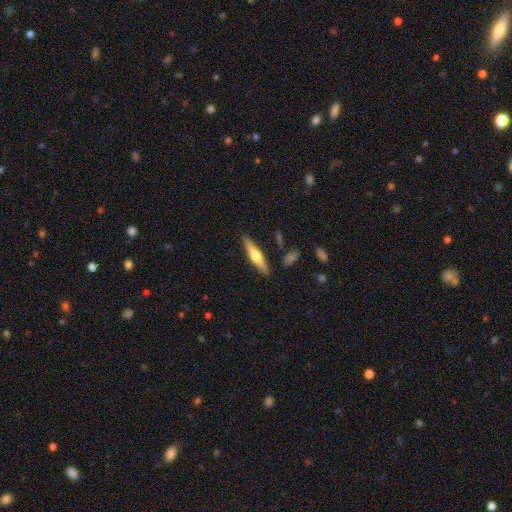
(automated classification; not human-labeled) Overall: featured or disk (59%; smooth 35%). Edge-on disk: yes (96%). Edge-on bulge: rounded (92%). Merging: none (87%).